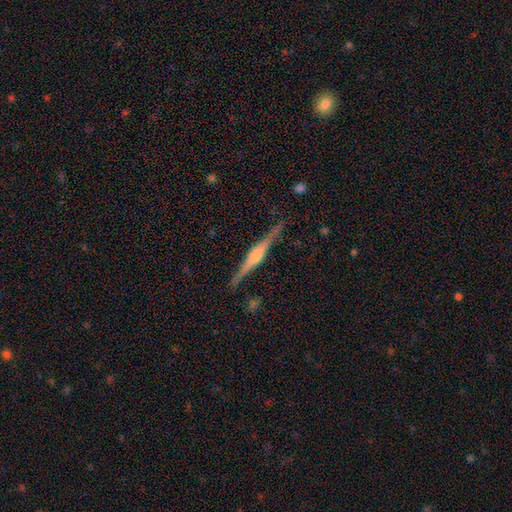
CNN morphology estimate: featured or disk 78%, smooth 17%, star or artifact 6%. Down the decision tree: edge-on disk — yes (98%); edge-on bulge — rounded (67%); merging — none (87%).